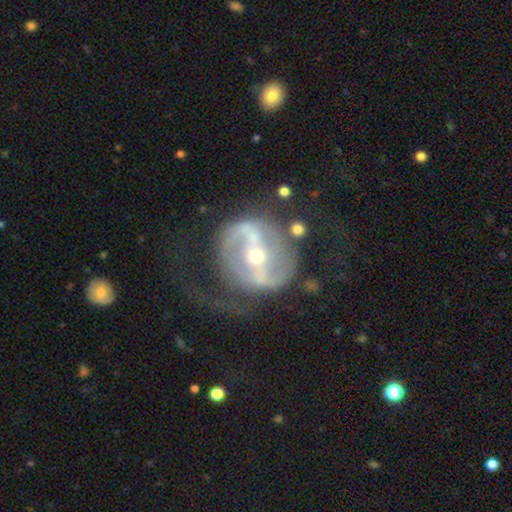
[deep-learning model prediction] smooth-or-featured: featured or disk: 85% | smooth: 8% | star or artifact: 6%
  disk-edge-on: no: 96% | yes: 4%
    bar: strong: 59% | weak: 26% | no: 15%
    has-spiral-arms: yes: 84% | no: 16%
      spiral-winding: medium: 44% | loose: 35% | tight: 21%
      spiral-arm-count: 2: 80% | can't tell: 9% | 1: 6% | 3: 2% | 4: 1% | more than 4: 1%
    bulge-size: small: 53% | moderate: 44% | large: 2% | dominant: 1% | none: 1%
  merging: none: 48% | major disturbance: 30% | minor disturbance: 19% | merger: 4%